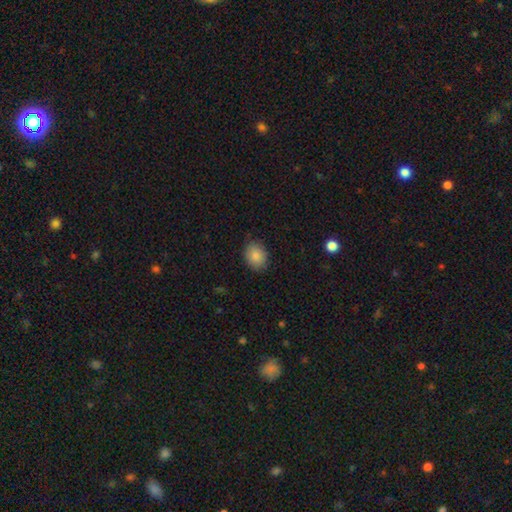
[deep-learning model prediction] smooth 87%, star or artifact 8%, featured or disk 5%. Down the decision tree: how rounded — in between (54%); merging — none (85%).